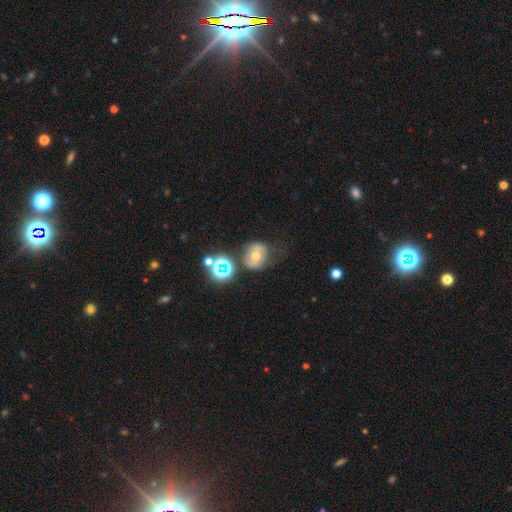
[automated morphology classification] This appears to be a smooth galaxy with no disk features (45%). Merging: none (47%).